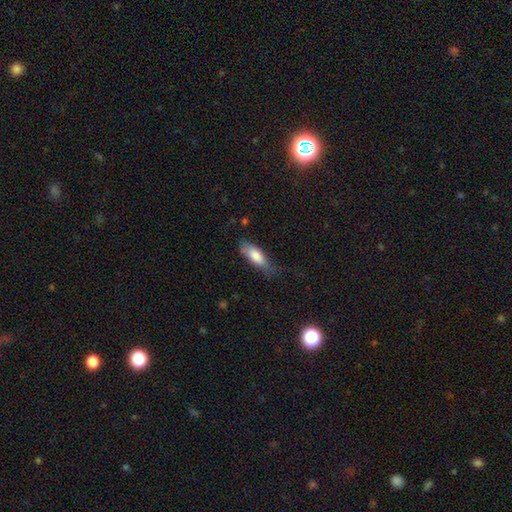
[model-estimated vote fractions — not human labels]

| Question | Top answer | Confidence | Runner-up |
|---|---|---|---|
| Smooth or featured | smooth | 78% | featured or disk (16%) |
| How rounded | in between | 67% | cigar-shaped (31%) |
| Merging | none | 57% | minor disturbance (31%) |